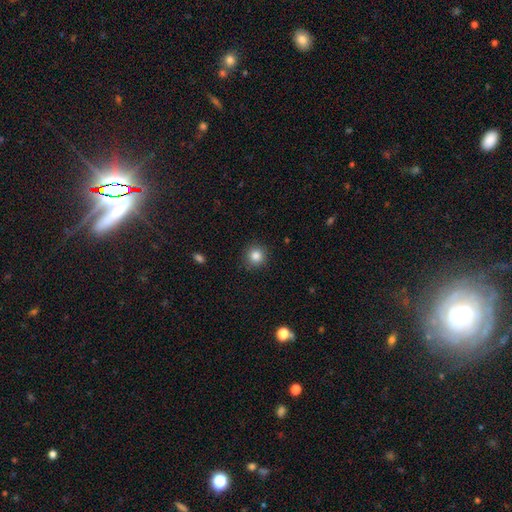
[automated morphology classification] Q: Smooth or featured?
A: smooth (85%); runner-up: star or artifact (10%)
Q: How rounded?
A: round (94%); runner-up: in between (5%)
Q: Merging?
A: none (90%); runner-up: minor disturbance (7%)